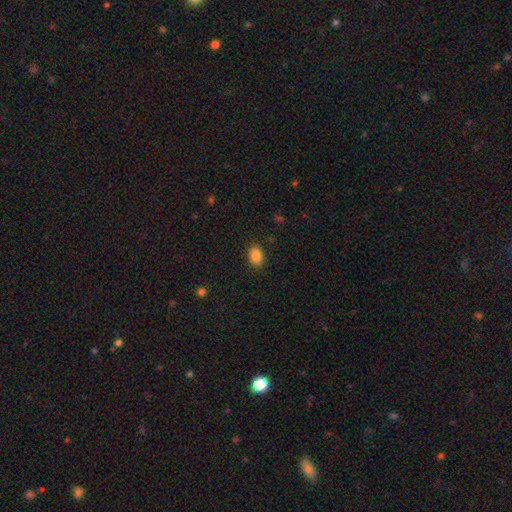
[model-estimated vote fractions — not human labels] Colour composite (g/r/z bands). It shows a smooth galaxy with no disk features (86%) that is in between round and cigar-shaped (81%). Merging: none (88%).